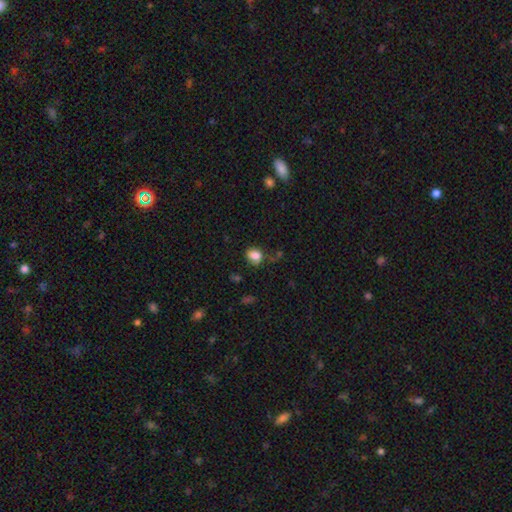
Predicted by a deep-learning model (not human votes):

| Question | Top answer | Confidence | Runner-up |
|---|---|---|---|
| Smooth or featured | smooth | 84% | star or artifact (10%) |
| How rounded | in between | 50% | round (49%) |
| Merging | none | 67% | minor disturbance (22%) |